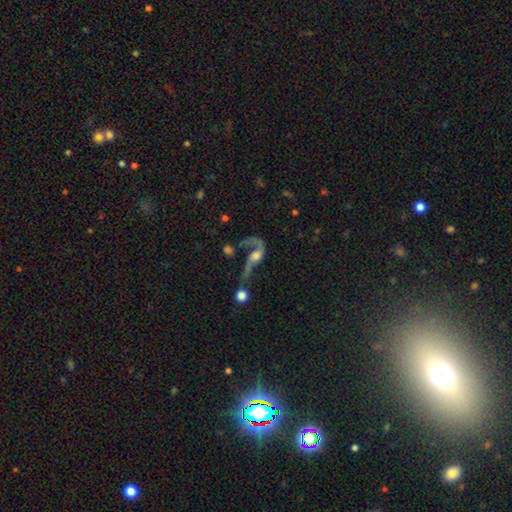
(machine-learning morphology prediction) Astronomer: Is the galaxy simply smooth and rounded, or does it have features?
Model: featured or disk — 71%.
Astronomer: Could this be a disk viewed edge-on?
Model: no — 92%.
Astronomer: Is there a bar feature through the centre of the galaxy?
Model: no — 66%.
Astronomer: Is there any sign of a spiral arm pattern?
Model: yes — 80%.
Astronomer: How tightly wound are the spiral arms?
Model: loose — 84%.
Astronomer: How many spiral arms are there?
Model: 2 — 61%.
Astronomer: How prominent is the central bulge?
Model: moderate — 50%.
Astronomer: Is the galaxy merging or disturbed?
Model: major disturbance — 40% (runner-up: merger, 28%).